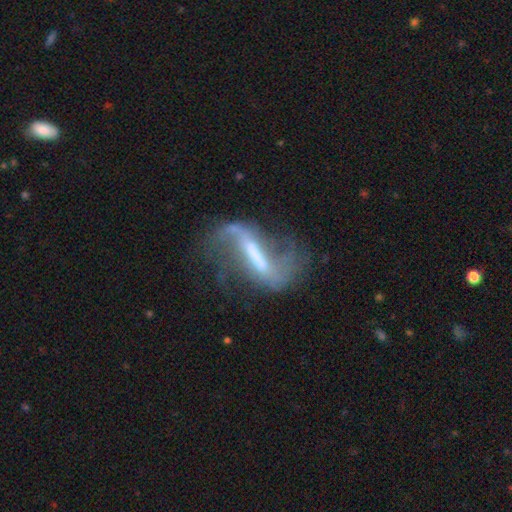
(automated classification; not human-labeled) featured or disk 81%, smooth 11%, star or artifact 8%. Down the decision tree: edge-on disk — no (88%); bar — strong (67%); spiral arms — yes (87%); spiral arm count — 2 (86%); spiral winding — loose (85%); bulge size — none (33%); merging — none (50%).